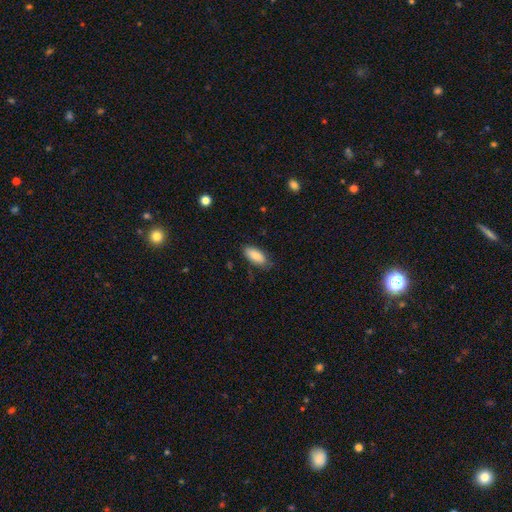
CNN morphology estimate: Smooth or featured? smooth (84%)
How rounded? in between (86%)
Merging? none (75%)